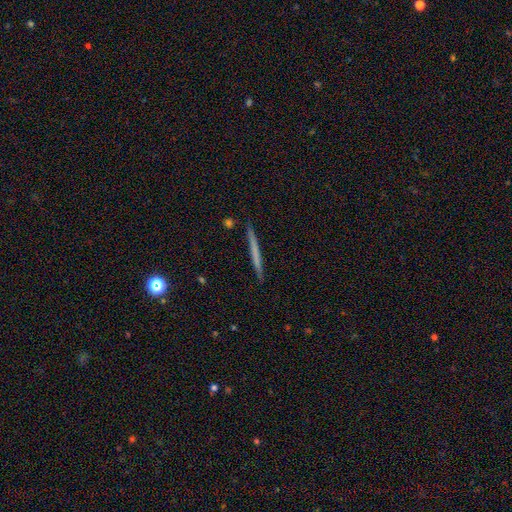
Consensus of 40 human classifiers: Overall: featured or disk (50%; smooth 45%). Edge-on disk: yes (95%). Edge-on bulge: none (100%). Merging: none (92%).